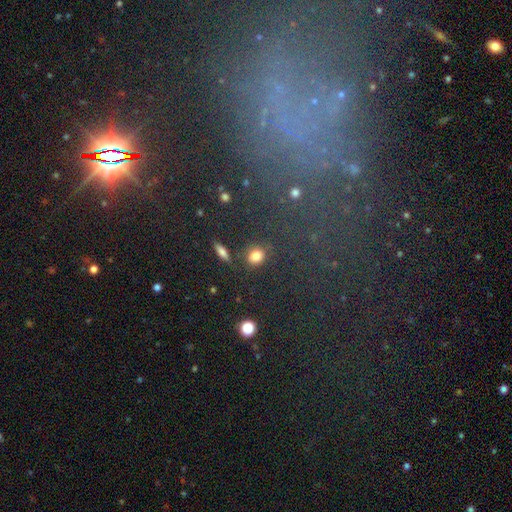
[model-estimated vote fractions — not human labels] Smooth or featured?
  - smooth: 82% *
  - star or artifact: 11%
  - featured or disk: 7%
How rounded?
  - round: 64% *
  - in between: 33%
  - cigar-shaped: 3%
Merging?
  - none: 81% *
  - minor disturbance: 10%
  - merger: 5%
  - major disturbance: 3%